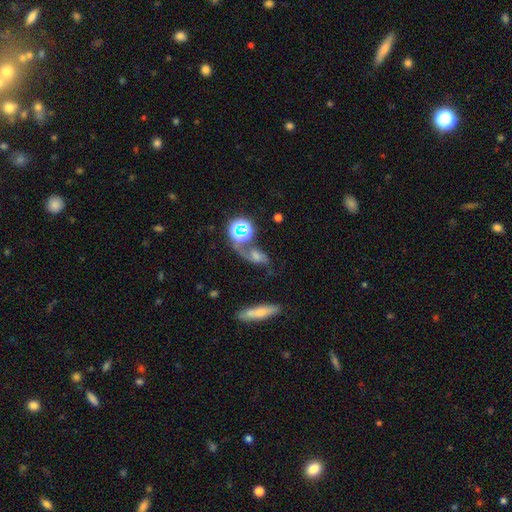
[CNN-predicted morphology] A featured or disk galaxy (41%).

Vote fractions:
- Smooth or featured? featured or disk: 41% / star or artifact: 31% / smooth: 28%
- Merging? none: 47% / merger: 19% / major disturbance: 18% / minor disturbance: 16%